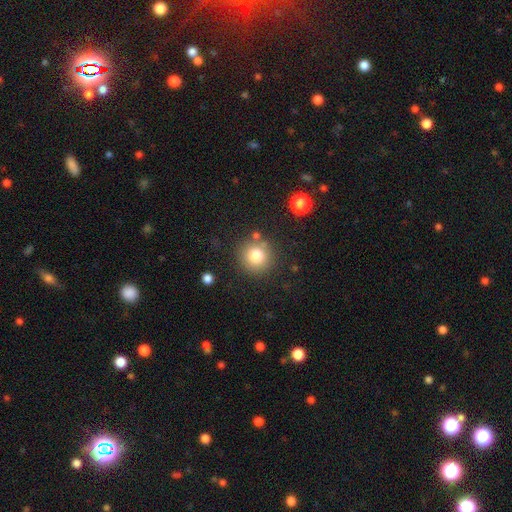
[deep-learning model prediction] The model was most divided on "smooth or featured": smooth: 80%, star or artifact: 11%, featured or disk: 9%. More confident: how rounded — round (93%); merging — none (82%).